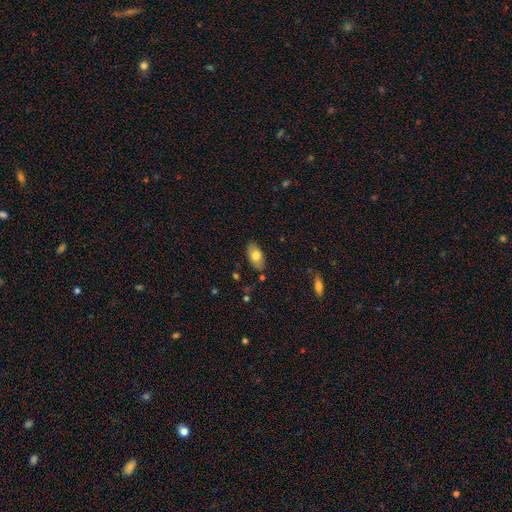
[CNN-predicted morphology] Smooth or featured: smooth — 74% (featured or disk — 19%)
How rounded: in between — 92% (round — 4%)
Merging: none — 84% (minor disturbance — 12%)